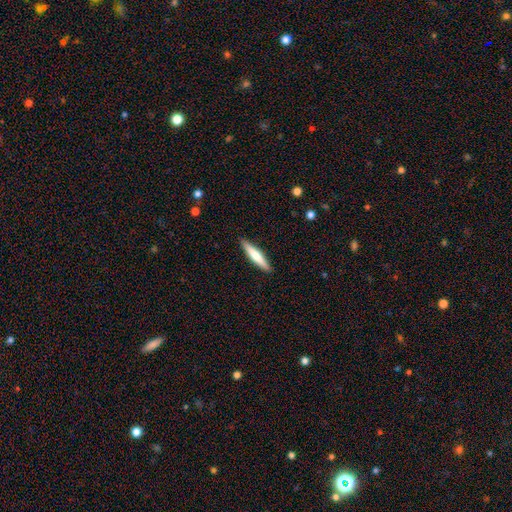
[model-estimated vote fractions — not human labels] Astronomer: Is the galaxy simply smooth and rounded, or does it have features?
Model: smooth — 60% (runner-up: featured or disk, 35%).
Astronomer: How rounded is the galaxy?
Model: cigar-shaped — 89%.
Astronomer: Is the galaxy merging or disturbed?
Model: none — 91%.